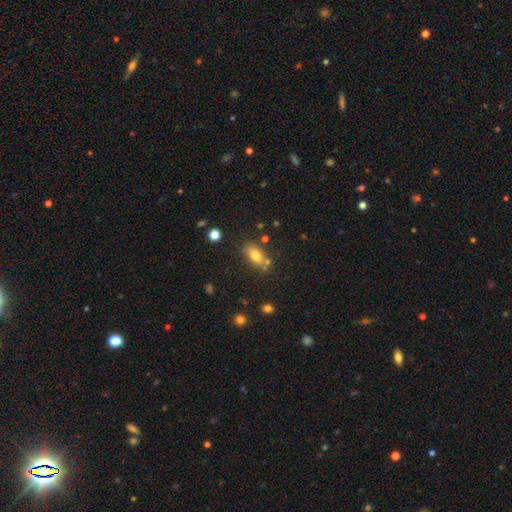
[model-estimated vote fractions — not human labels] Overall: smooth (75%). How rounded: in between (84%). Merging: none (71%).